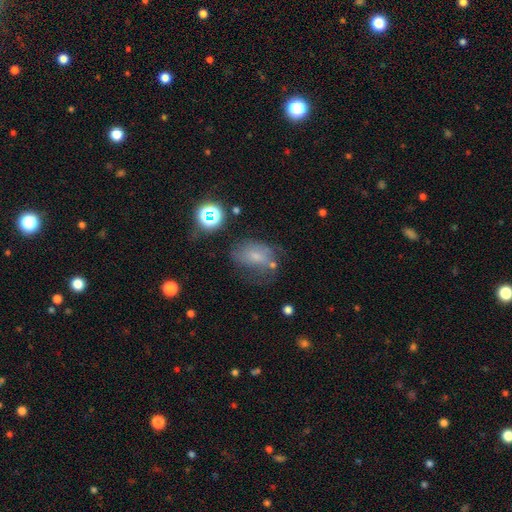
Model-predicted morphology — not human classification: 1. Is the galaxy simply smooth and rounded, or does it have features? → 56% smooth, 27% featured or disk, 17% star or artifact.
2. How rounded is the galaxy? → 78% in between, 20% round, 2% cigar-shaped.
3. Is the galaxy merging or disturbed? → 41% none, 29% minor disturbance, 23% major disturbance, 7% merger.